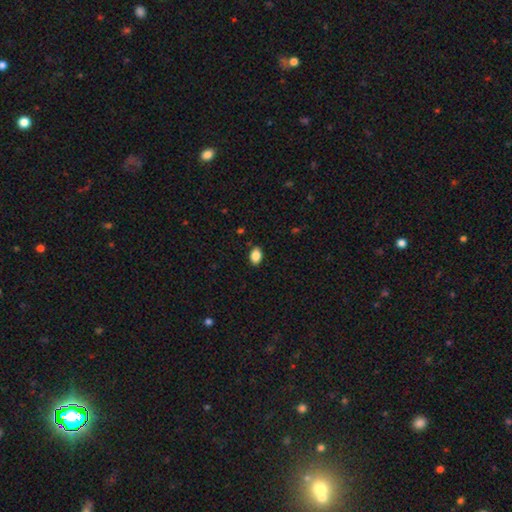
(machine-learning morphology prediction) The model was most divided on "how rounded": in between: 84%, round: 15%, cigar-shaped: 1%. More confident: smooth or featured — smooth (87%); merging — none (86%).